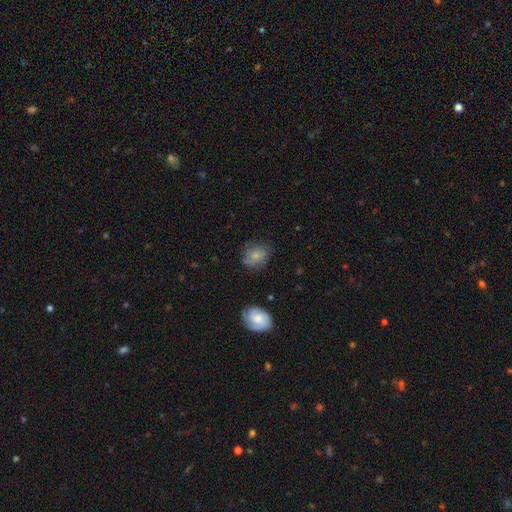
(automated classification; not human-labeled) Morphology: type=smooth (73%); roundness=in between (50%); merging=none (68%).